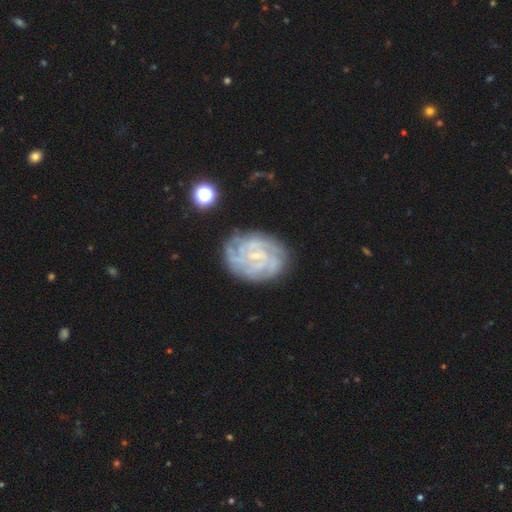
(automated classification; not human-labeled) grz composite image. It shows a featured or disk galaxy (81%) with no bar (58%), tight (70%) spiral arms (95%) and a small central bulge (73%). Merging: none (79%).